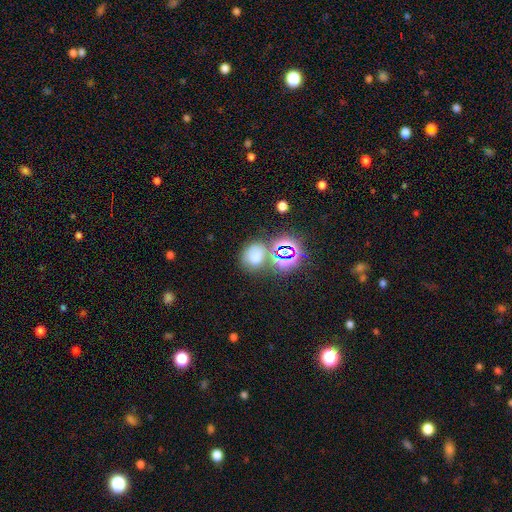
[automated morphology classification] Smooth or featured?
  - smooth: 59% *
  - star or artifact: 31%
  - featured or disk: 10%
How rounded?
  - round: 54% *
  - in between: 44%
  - cigar-shaped: 1%
Merging?
  - none: 56% *
  - merger: 21%
  - minor disturbance: 15%
  - major disturbance: 7%